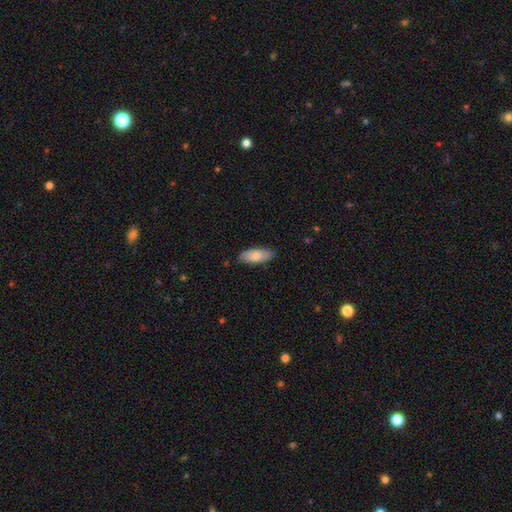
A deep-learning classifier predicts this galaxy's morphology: Smooth or featured? smooth (78%)
How rounded? in between (80%)
Merging? none (83%)